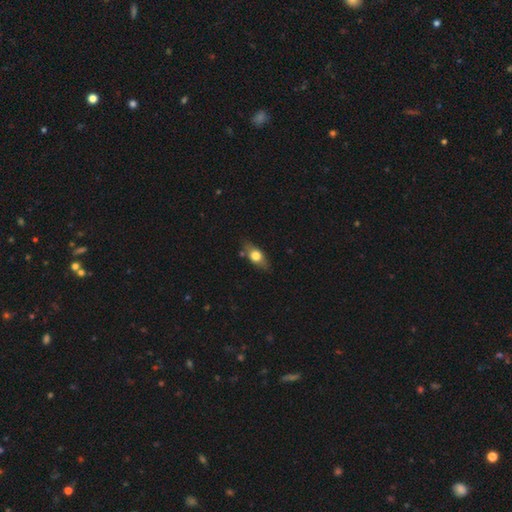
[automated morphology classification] type=smooth (65%); roundness=in between (75%); merging=none (73%).